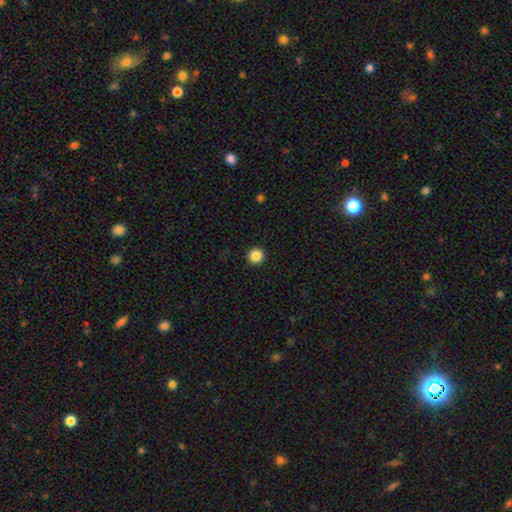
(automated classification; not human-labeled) Q: Smooth or featured?
A: smooth (87%); runner-up: star or artifact (10%)
Q: How rounded?
A: round (94%); runner-up: in between (6%)
Q: Merging?
A: none (93%); runner-up: minor disturbance (4%)